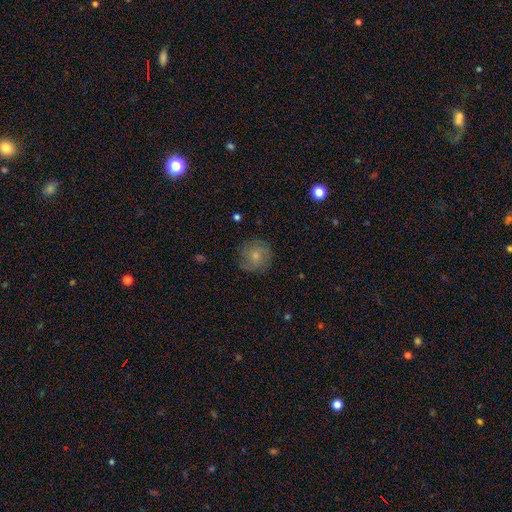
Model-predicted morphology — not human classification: This is likely a smooth galaxy (73%). How rounded: clearly round (92%). Merging: clearly none (82%).